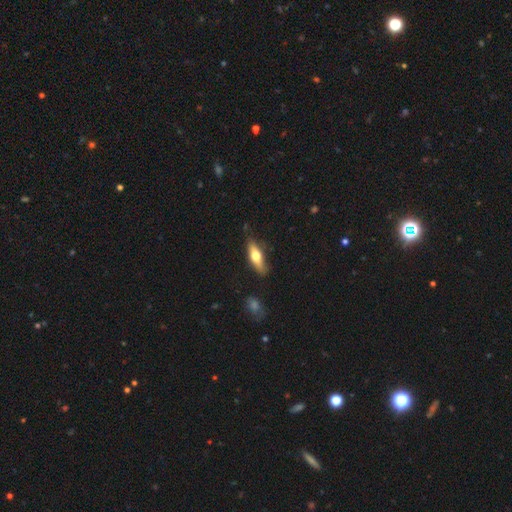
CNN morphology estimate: Q: Smooth or featured?
A: smooth (51%); runner-up: featured or disk (43%)
Q: How rounded?
A: cigar-shaped (52%); runner-up: in between (45%)
Q: Merging?
A: none (78%); runner-up: minor disturbance (16%)